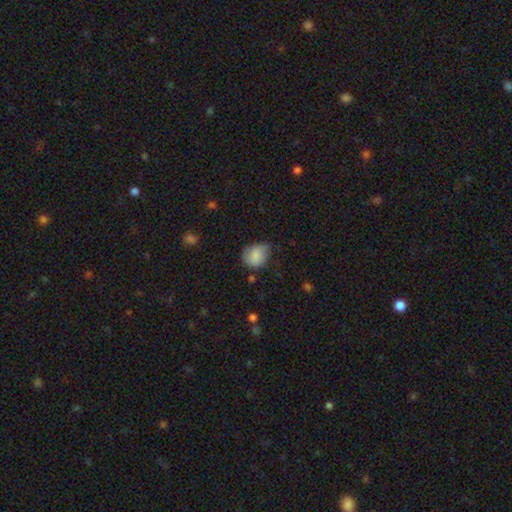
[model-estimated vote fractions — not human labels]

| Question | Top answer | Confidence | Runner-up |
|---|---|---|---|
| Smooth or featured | smooth | 83% | featured or disk (9%) |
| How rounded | round | 53% | in between (46%) |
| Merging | none | 49% | minor disturbance (39%) |